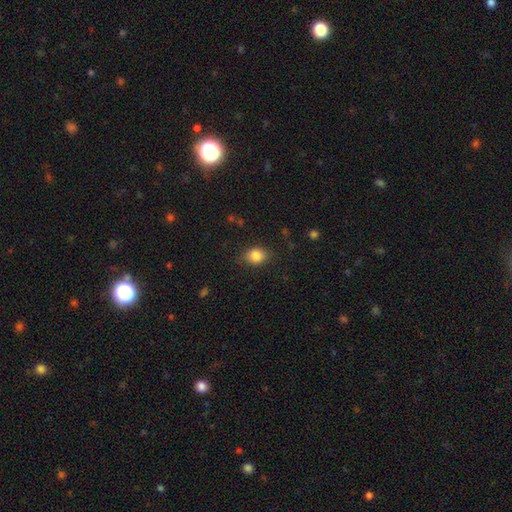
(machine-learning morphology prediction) Overall: smooth (84%). How rounded: in between (53%; round 46%). Merging: none (81%).